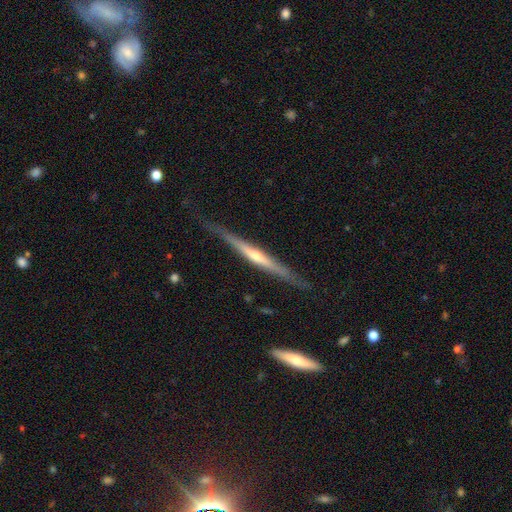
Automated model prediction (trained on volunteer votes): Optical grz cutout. It shows a featured or disk galaxy (78%) viewed edge-on (97%) with a rounded central bulge (74%). Merging: none (77%).